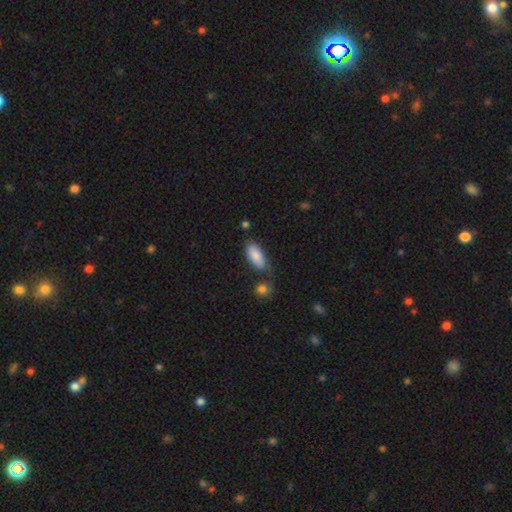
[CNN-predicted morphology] Q: Smooth or featured?
A: smooth (84%); runner-up: featured or disk (10%)
Q: How rounded?
A: in between (87%); runner-up: cigar-shaped (11%)
Q: Merging?
A: none (53%); runner-up: minor disturbance (24%)